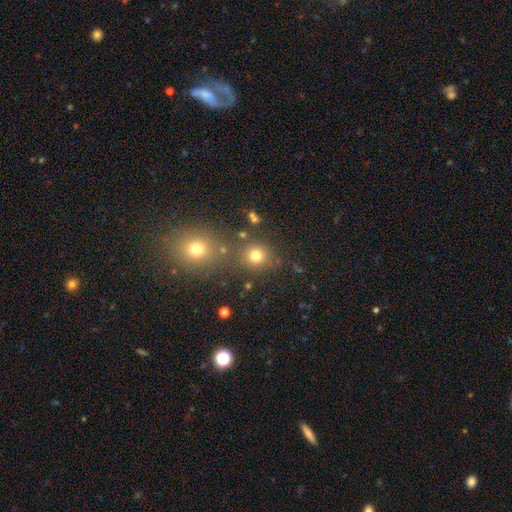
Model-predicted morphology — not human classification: Smooth or featured: smooth — 75% (star or artifact — 17%)
How rounded: round — 83% (in between — 16%)
Merging: none — 70% (merger — 17%)